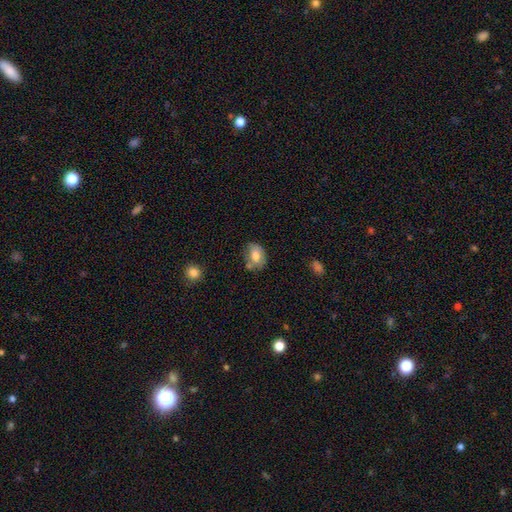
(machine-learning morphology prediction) Smooth or featured? Predicted: smooth (p=0.71). How rounded? Predicted: in between (p=0.72). Merging? Predicted: none (p=0.52).